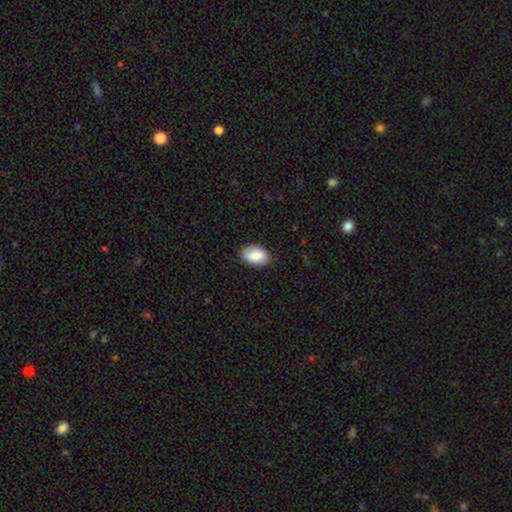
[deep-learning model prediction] A smooth galaxy with no disk features (84%) that is in between round and cigar-shaped (92%). Merging: none (85%).